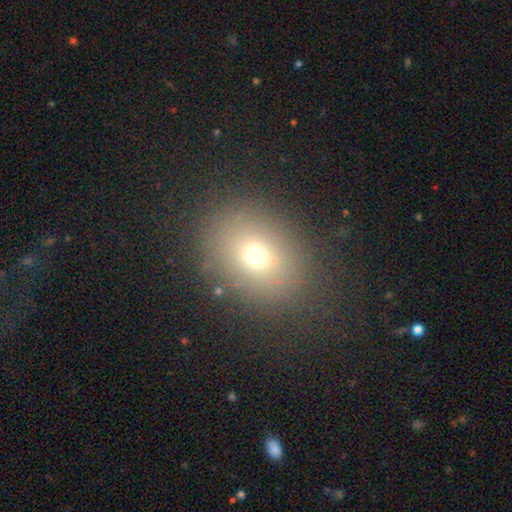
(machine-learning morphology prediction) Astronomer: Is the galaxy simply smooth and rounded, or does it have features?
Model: smooth — 68%.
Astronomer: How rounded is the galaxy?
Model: in between — 54% (runner-up: round, 45%).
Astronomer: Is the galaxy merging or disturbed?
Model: none — 82%.